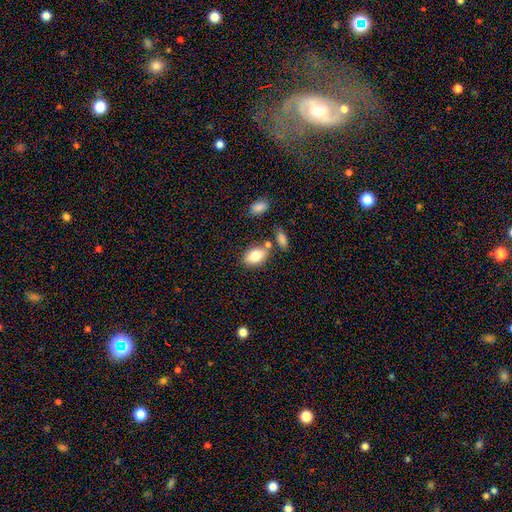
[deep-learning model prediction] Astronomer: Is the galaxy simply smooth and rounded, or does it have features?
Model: smooth — 81%.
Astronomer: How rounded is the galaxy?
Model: in between — 88%.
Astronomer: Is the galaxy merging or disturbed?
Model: none — 68%.